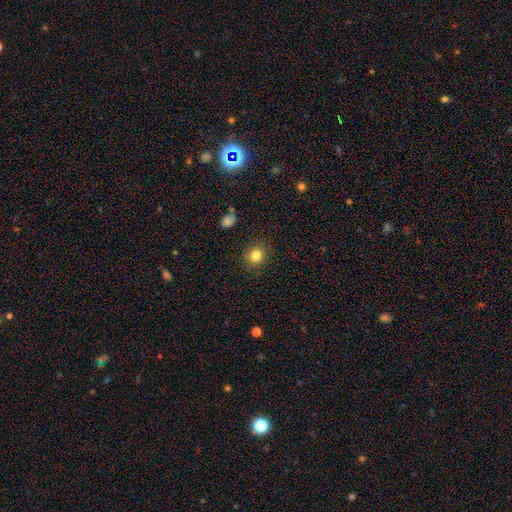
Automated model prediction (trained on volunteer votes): Smooth or featured? Predicted: smooth (p=0.83). How rounded? Predicted: round (p=0.83). Merging? Predicted: none (p=0.88).